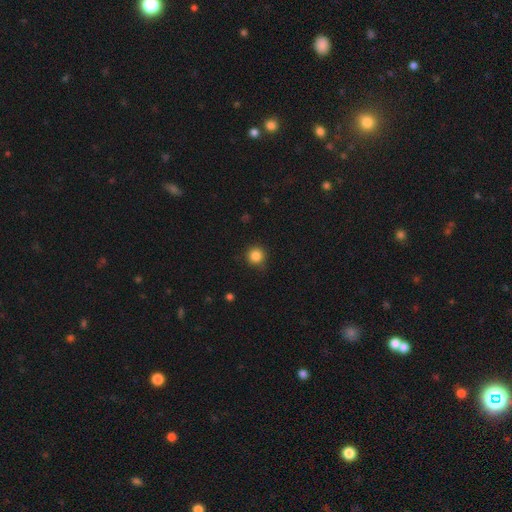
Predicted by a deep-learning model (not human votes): Smooth or featured? smooth (84%)
How rounded? round (95%)
Merging? none (85%)